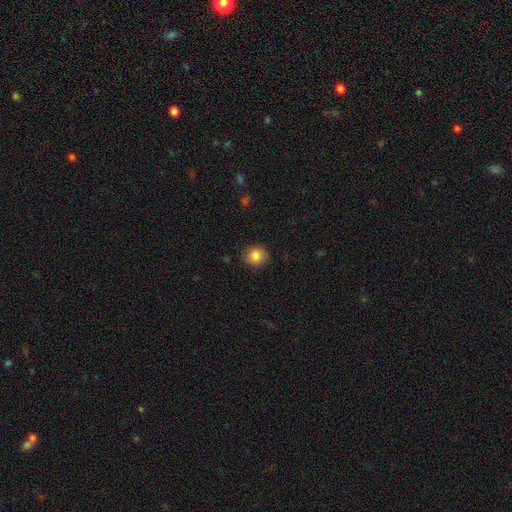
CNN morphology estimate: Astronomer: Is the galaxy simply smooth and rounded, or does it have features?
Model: smooth — 84%.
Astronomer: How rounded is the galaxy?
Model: round — 80%.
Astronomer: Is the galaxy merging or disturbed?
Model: none — 86%.